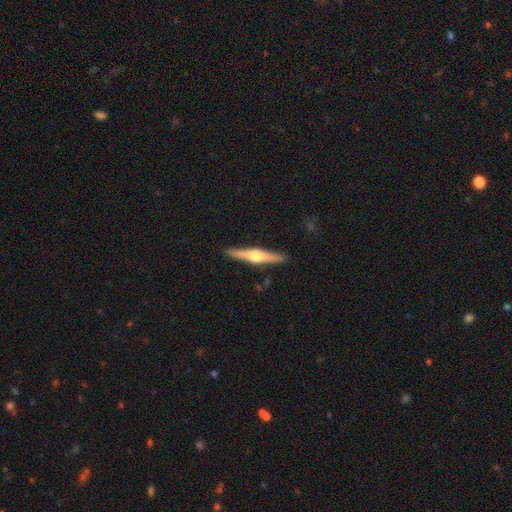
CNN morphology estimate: Smooth or featured? Predicted: featured or disk (p=0.70). Edge-on disk? Predicted: yes (p=0.98). Edge-on bulge? Predicted: rounded (p=0.93). Merging? Predicted: none (p=0.91).